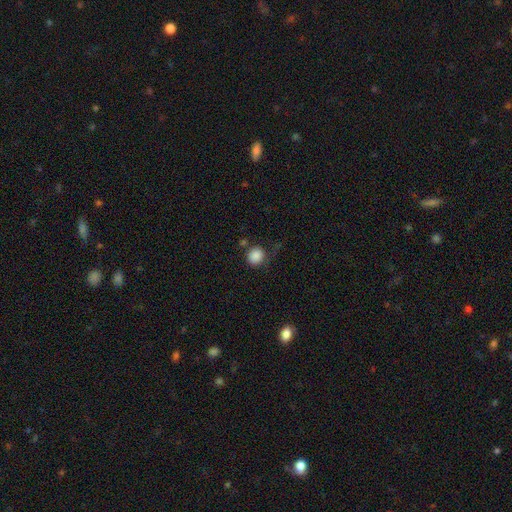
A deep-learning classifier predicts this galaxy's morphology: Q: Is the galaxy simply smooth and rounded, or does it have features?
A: smooth — 86%.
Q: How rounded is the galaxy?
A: round — 82%.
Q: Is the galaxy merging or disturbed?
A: none — 64%.